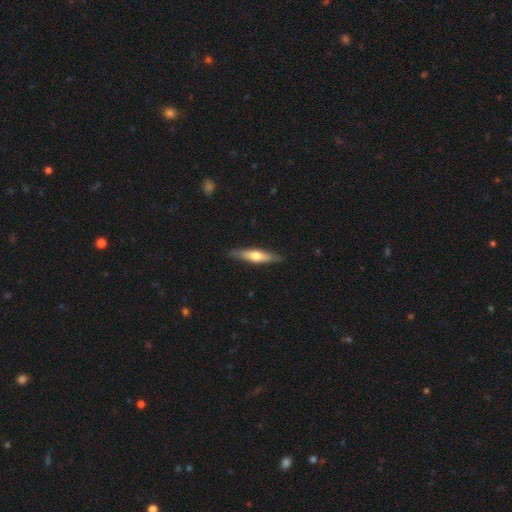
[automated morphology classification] Q: Smooth or featured?
A: smooth (49%); runner-up: featured or disk (46%)
Q: Merging?
A: none (87%); runner-up: minor disturbance (10%)